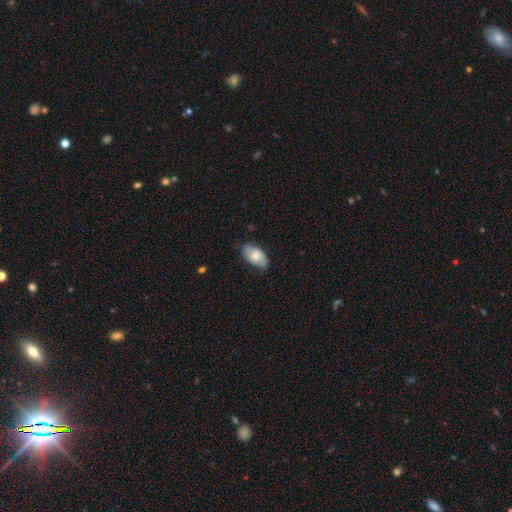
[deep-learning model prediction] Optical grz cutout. It shows a smooth galaxy with no disk features (66%) that is in between round and cigar-shaped (93%). Merging: none (74%).